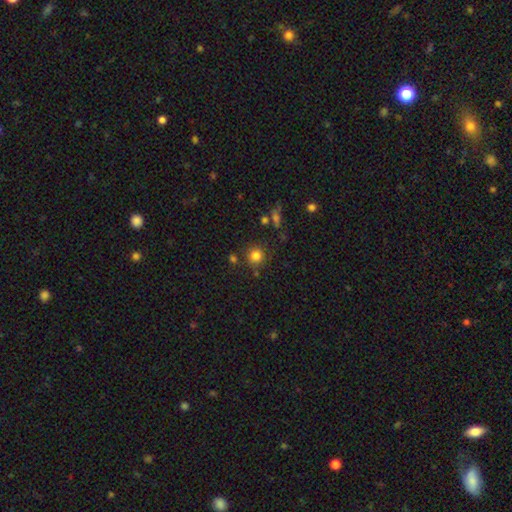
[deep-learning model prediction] This is clearly a smooth galaxy (81%). How rounded: clearly round (91%). Merging: likely none (80%).